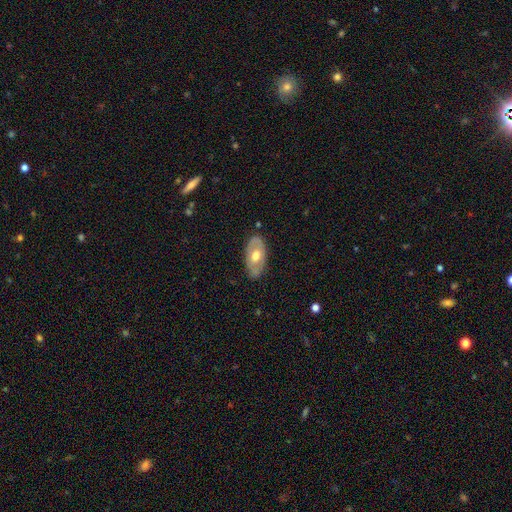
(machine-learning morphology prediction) A smooth galaxy with no disk features (48%). Merging: none (79%).